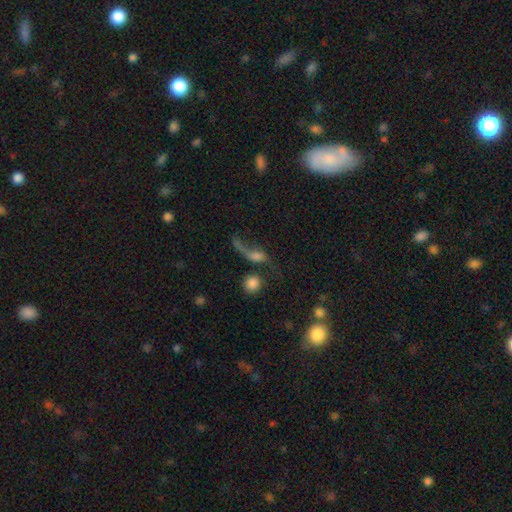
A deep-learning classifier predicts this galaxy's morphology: Smooth or featured?
  - featured or disk: 46% *
  - smooth: 37%
  - star or artifact: 17%
Merging?
  - major disturbance: 38% *
  - none: 31%
  - merger: 17%
  - minor disturbance: 14%